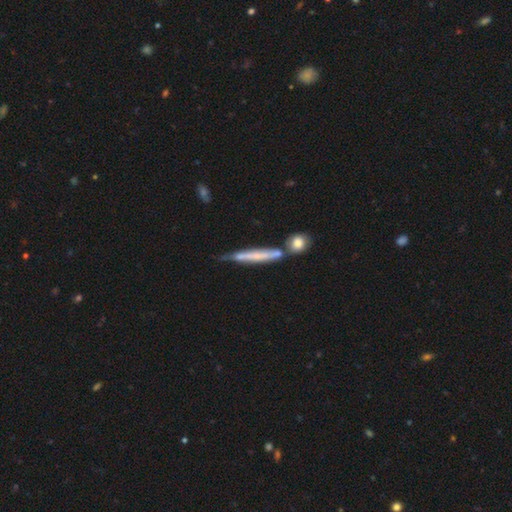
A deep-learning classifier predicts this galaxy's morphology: Overall: featured or disk (49%; smooth 44%). Merging: none (51%; minor disturbance 21%).